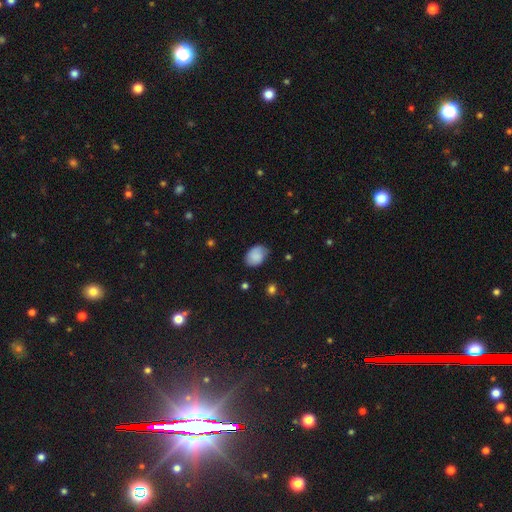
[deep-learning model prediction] Q: Smooth or featured?
A: smooth (82%); runner-up: featured or disk (11%)
Q: How rounded?
A: in between (76%); runner-up: round (23%)
Q: Merging?
A: none (65%); runner-up: minor disturbance (28%)